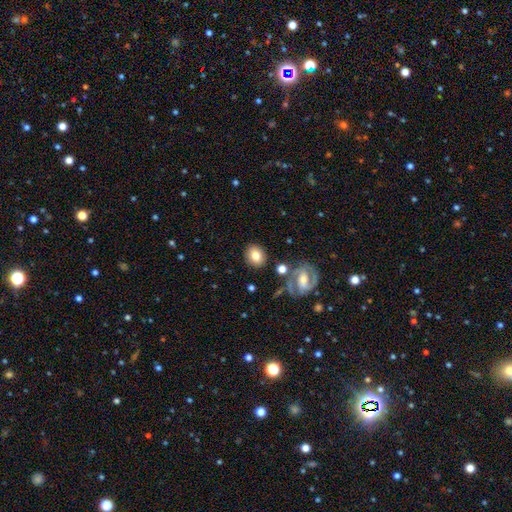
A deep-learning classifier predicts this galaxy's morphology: Smooth or featured: smooth — 73% (featured or disk — 19%)
How rounded: round — 65% (in between — 33%)
Merging: none — 82% (minor disturbance — 10%)